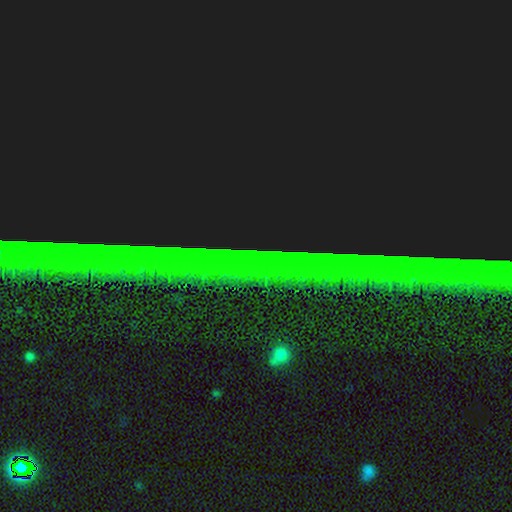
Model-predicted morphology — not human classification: Smooth or featured? Predicted: star or artifact (p=0.86).